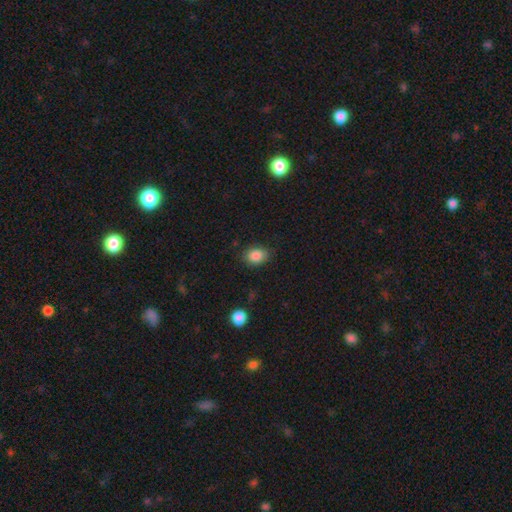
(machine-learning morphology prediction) This is clearly a smooth galaxy (86%). How rounded: likely in between (61%). Merging: likely none (80%).